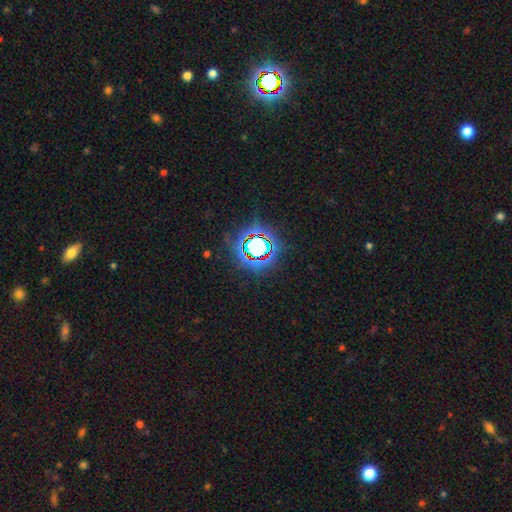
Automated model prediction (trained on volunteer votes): A star or artifact, not a galaxy (71%).

Vote fractions:
- Smooth or featured? star or artifact: 71% / smooth: 18% / featured or disk: 11%